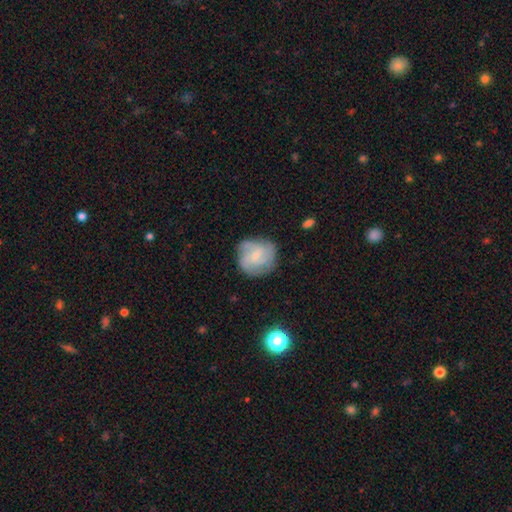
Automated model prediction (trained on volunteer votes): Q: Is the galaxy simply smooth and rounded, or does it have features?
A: featured or disk — 59%.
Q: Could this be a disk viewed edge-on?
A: no — 98%.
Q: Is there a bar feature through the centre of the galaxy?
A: no — 52%.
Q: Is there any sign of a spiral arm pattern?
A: yes — 85%.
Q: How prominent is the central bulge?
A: small — 67%.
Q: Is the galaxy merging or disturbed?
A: none — 68%.